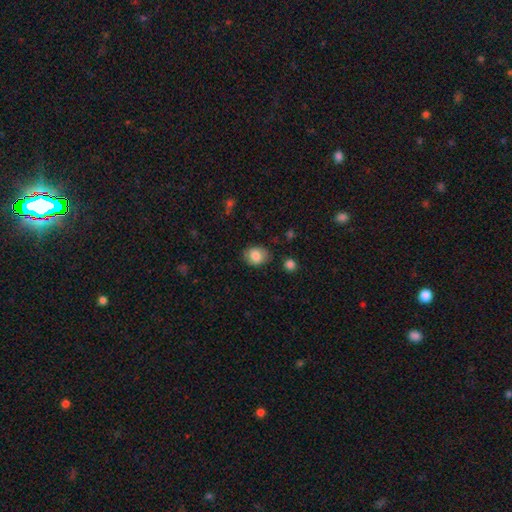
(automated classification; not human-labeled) Smooth or featured: smooth — 83% (featured or disk — 9%)
How rounded: in between — 53% (round — 46%)
Merging: none — 80% (minor disturbance — 14%)